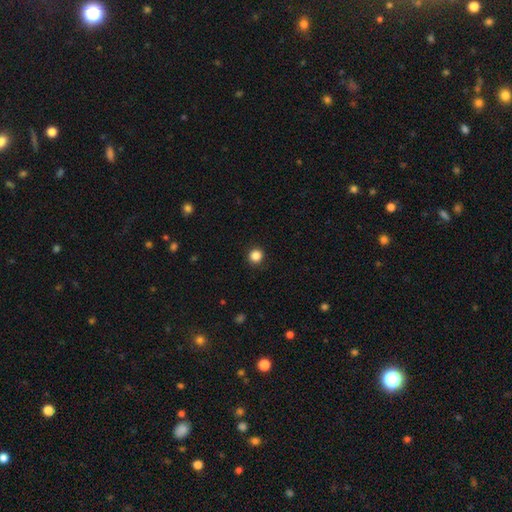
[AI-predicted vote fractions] A smooth galaxy with no disk features (86%) that is round (93%).

Vote fractions:
- Smooth or featured? smooth: 86% / star or artifact: 11% / featured or disk: 3%
- How rounded? round: 93% / in between: 6% / cigar-shaped: 1%
- Merging? none: 92% / minor disturbance: 5% / major disturbance: 2% / merger: 1%